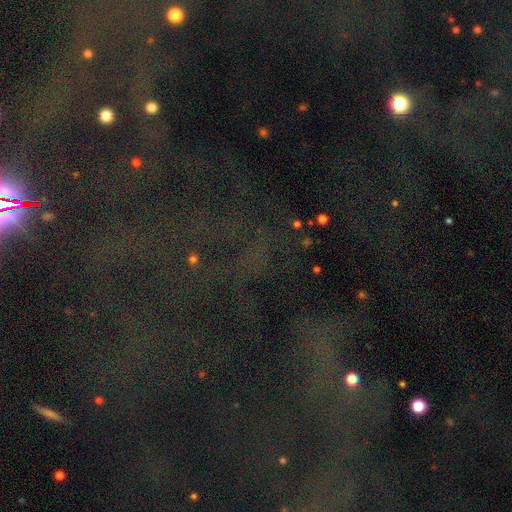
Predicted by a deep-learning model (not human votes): Morphology: type=star or artifact (80%).